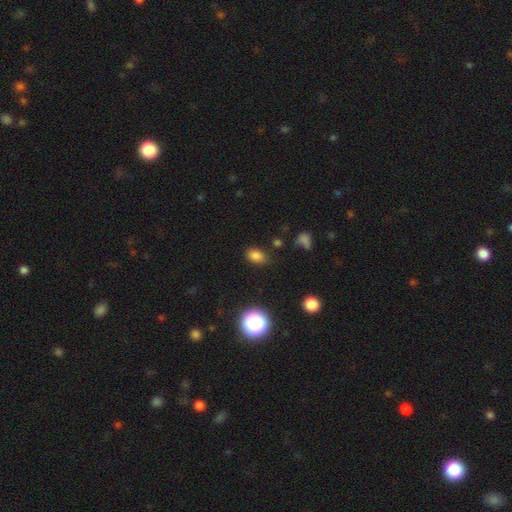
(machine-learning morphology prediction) smooth 80%, star or artifact 15%, featured or disk 5%. Down the decision tree: how rounded — in between (77%); merging — none (81%).